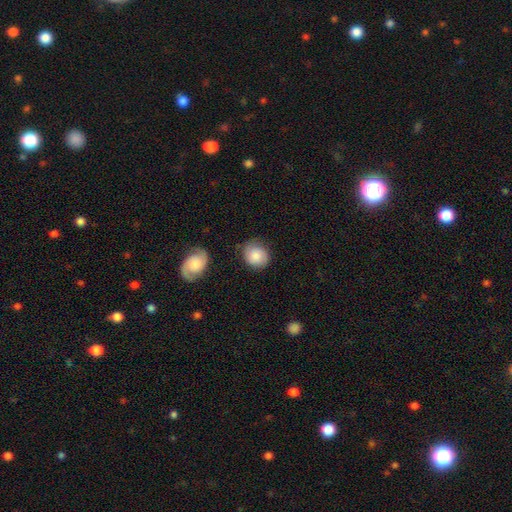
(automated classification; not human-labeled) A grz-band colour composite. It shows a smooth galaxy with no disk features (76%) that is round (76%). Merging: none (72%).